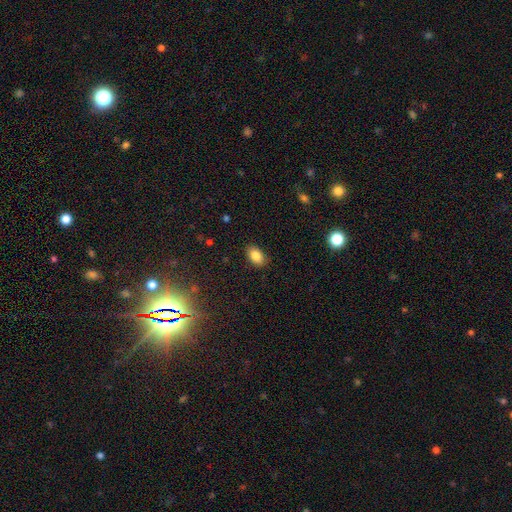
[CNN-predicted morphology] type=smooth (84%); roundness=in between (89%); merging=none (87%).